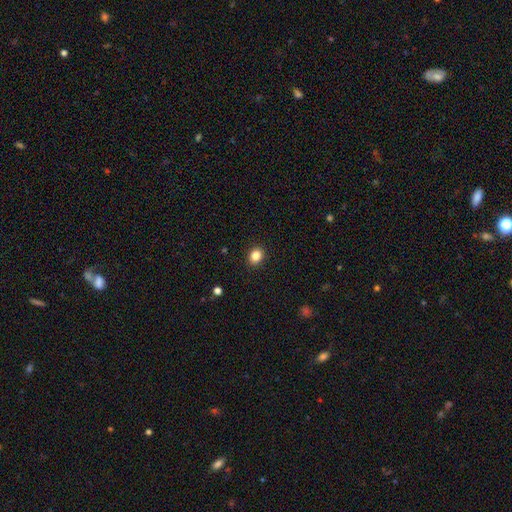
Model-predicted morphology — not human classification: smooth_or_featured: smooth (p=0.84) [alt: star or artifact p=0.11]
how_rounded: round (p=0.61) [alt: in between p=0.38]
merging: none (p=0.92) [alt: minor disturbance p=0.06]